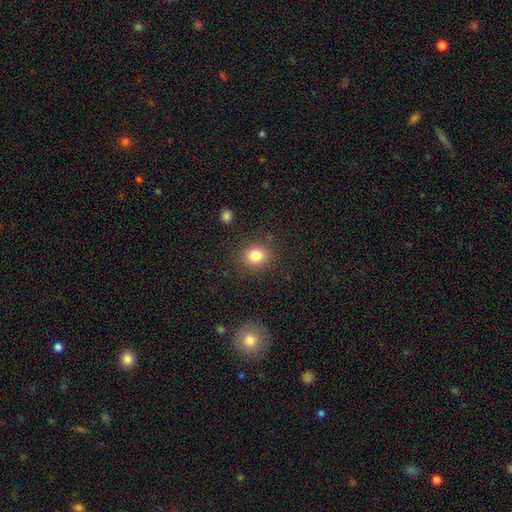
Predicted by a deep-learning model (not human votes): Q: Smooth or featured?
A: smooth (82%); runner-up: star or artifact (11%)
Q: How rounded?
A: round (70%); runner-up: in between (29%)
Q: Merging?
A: none (85%); runner-up: minor disturbance (9%)